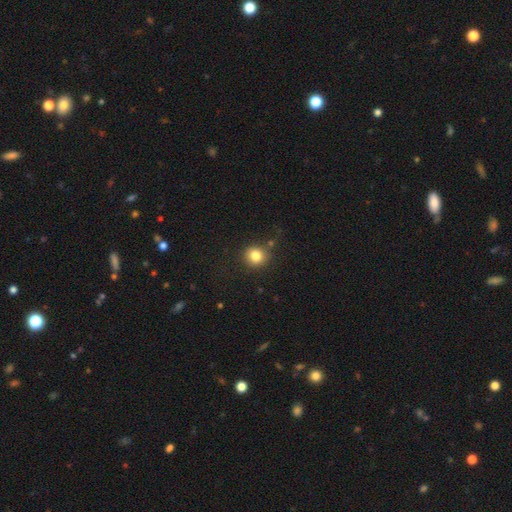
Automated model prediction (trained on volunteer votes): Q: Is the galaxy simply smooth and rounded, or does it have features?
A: smooth — 82%.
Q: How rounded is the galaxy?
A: round — 89%.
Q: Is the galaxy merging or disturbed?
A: none — 83%.